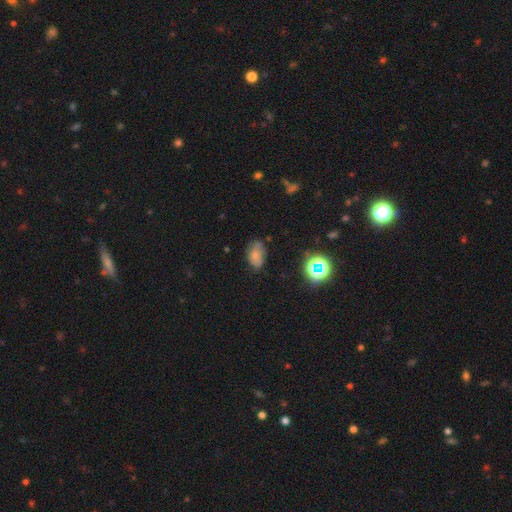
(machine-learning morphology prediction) This appears to be a smooth galaxy with no disk features (64%) that is in between round and cigar-shaped (83%). Merging: none (58%).